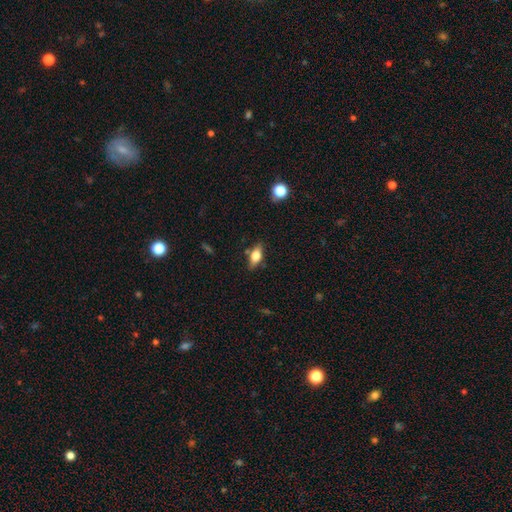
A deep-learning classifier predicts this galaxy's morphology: type=smooth (60%); roundness=in between (77%); merging=none (79%).